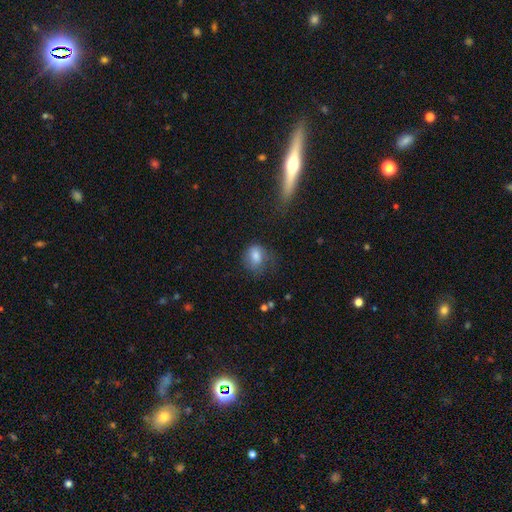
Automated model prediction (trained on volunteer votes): A smooth galaxy with no disk features (77%) that is in between round and cigar-shaped (58%).

Vote fractions:
- Smooth or featured? smooth: 77% / featured or disk: 13% / star or artifact: 10%
- How rounded? in between: 58% / round: 39% / cigar-shaped: 2%
- Merging? none: 51% / minor disturbance: 27% / major disturbance: 20% / merger: 3%